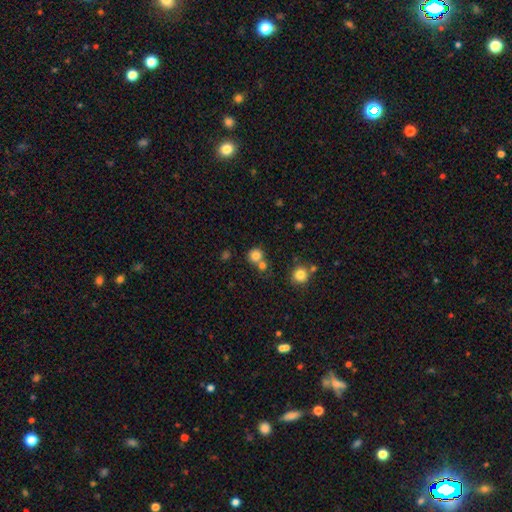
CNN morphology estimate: A smooth galaxy with no disk features (79%) that is round (88%). Merging: none (59%).